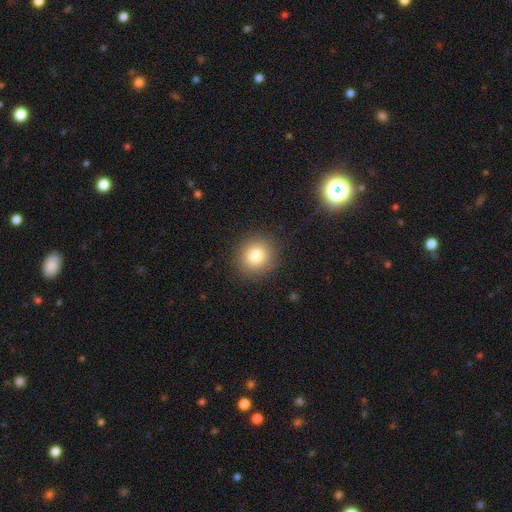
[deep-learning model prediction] smooth-or-featured: smooth: 80% | star or artifact: 11% | featured or disk: 8%
  how-rounded: round: 88% | in between: 11% | cigar-shaped: 1%
  merging: none: 90% | minor disturbance: 7% | major disturbance: 3% | merger: 1%